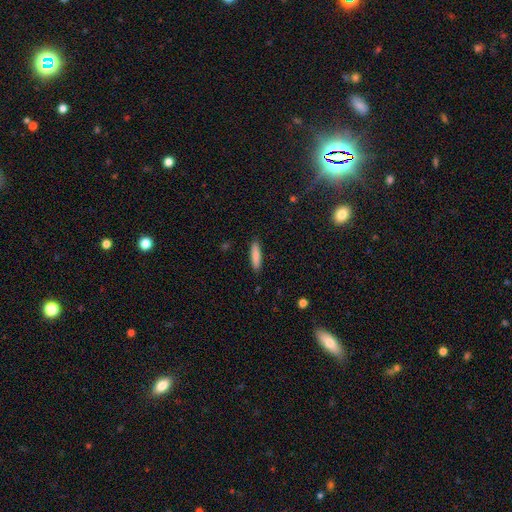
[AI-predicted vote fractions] Overall: smooth (86%). How rounded: cigar-shaped (80%). Merging: none (89%).